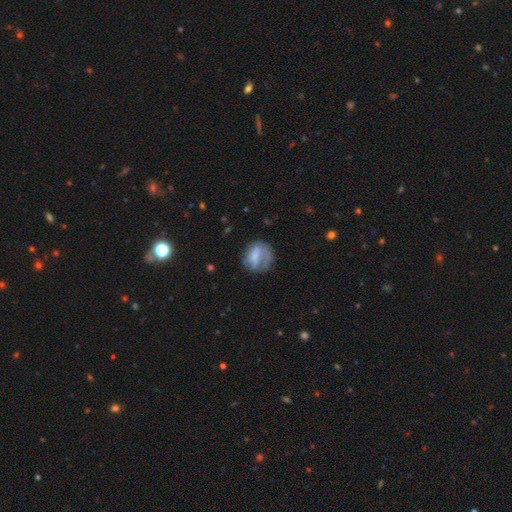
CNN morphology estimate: This is possibly a smooth galaxy (55%). How rounded: likely round (65%). Merging: possibly none (48%).